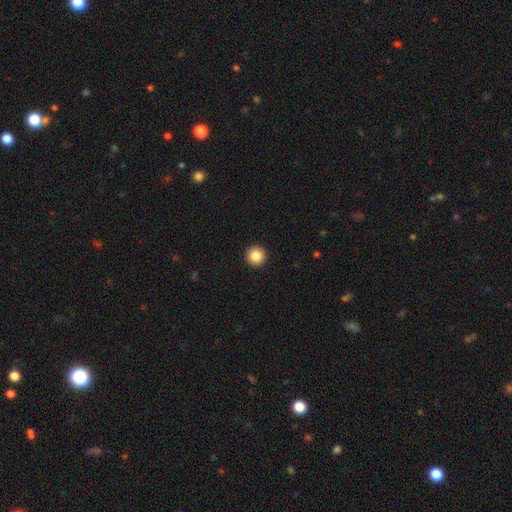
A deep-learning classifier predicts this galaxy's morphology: This is clearly a smooth galaxy (85%). How rounded: clearly round (96%). Merging: clearly none (94%).